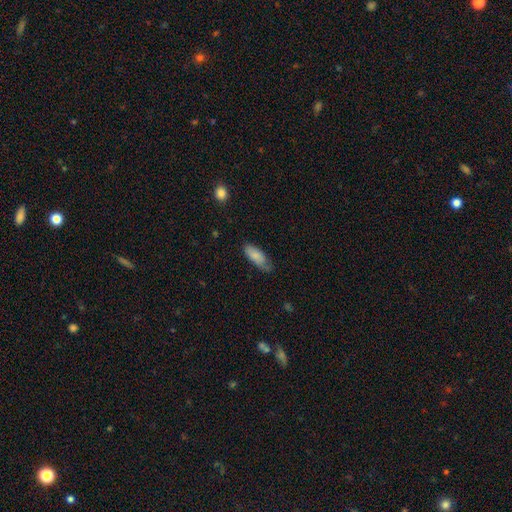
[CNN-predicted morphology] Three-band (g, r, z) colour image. It shows a smooth galaxy with no disk features (81%) that is in between round and cigar-shaped (79%). Merging: none (57%).